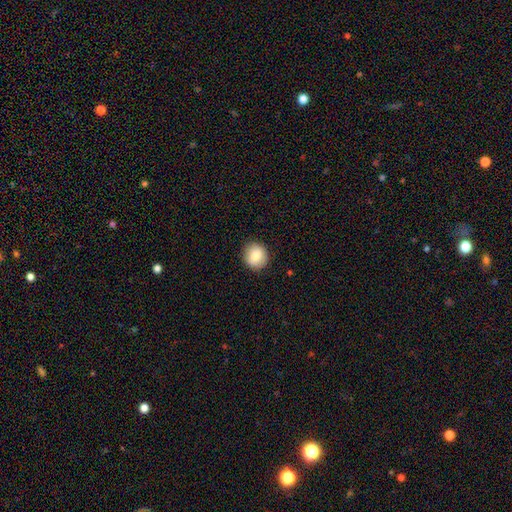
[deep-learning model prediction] smooth 82%, featured or disk 9%, star or artifact 8%. Down the decision tree: how rounded — round (85%); merging — none (89%).